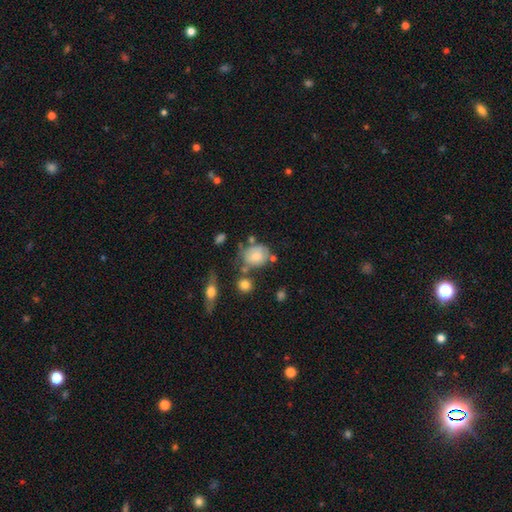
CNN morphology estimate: smooth 68%, featured or disk 23%, star or artifact 9%. Down the decision tree: how rounded — round (50%); merging — none (48%).